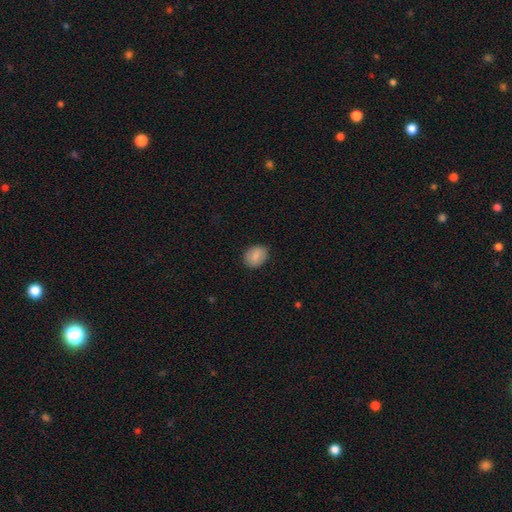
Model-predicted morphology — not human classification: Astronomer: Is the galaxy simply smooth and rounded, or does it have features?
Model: smooth — 83%.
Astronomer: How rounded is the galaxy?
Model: in between — 58% (runner-up: round, 41%).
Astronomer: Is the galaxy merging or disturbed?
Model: none — 86%.